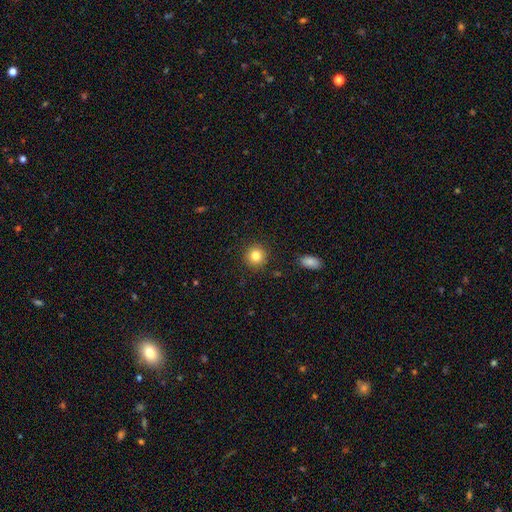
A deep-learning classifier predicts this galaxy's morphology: Smooth or featured?
  - smooth: 83% *
  - star or artifact: 10%
  - featured or disk: 7%
How rounded?
  - round: 93% *
  - in between: 7%
  - cigar-shaped: 1%
Merging?
  - none: 90% *
  - minor disturbance: 6%
  - major disturbance: 2%
  - merger: 2%